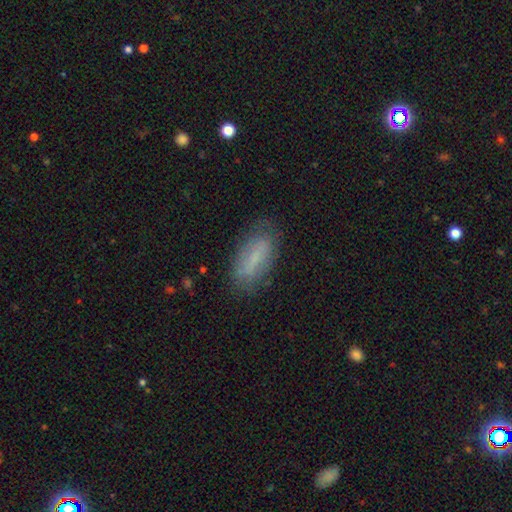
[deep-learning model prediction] Smooth or featured: smooth — 63% (featured or disk — 28%)
How rounded: in between — 72% (cigar-shaped — 26%)
Merging: none — 76% (minor disturbance — 17%)